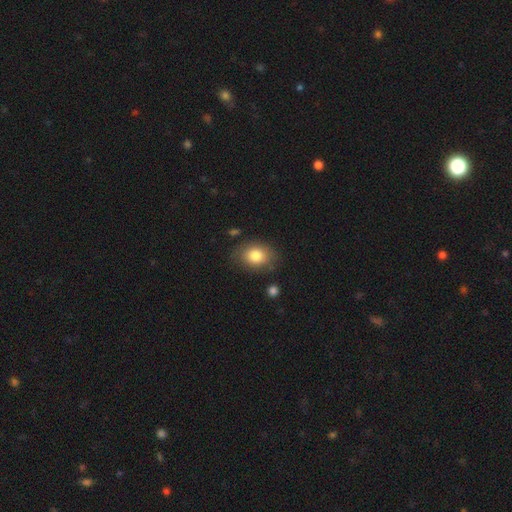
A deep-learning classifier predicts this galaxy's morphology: smooth 82%, featured or disk 10%, star or artifact 8%. Down the decision tree: how rounded — in between (65%); merging — none (76%).